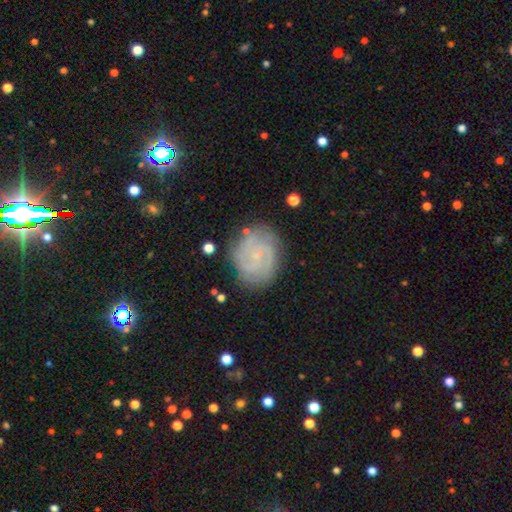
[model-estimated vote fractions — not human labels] Morphology: type=featured or disk (69%); edge-on=no (98%); bar=no (62%); spiral arms=yes (91%); winding=tight (57%); arm count=2 (38%); bulge=small (68%); merging=none (77%).